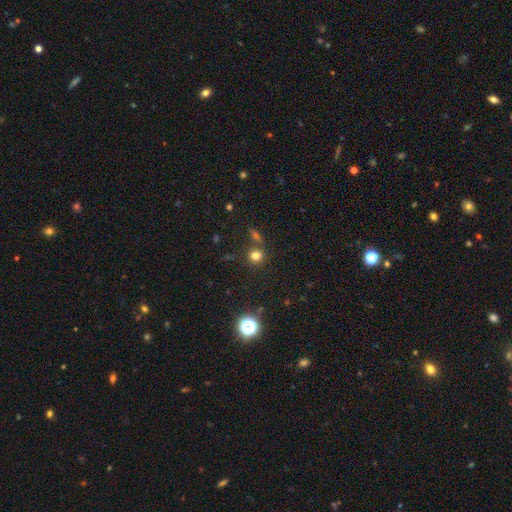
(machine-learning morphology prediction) Smooth or featured: smooth — 73% (star or artifact — 19%)
How rounded: round — 90% (in between — 9%)
Merging: none — 76% (merger — 12%)